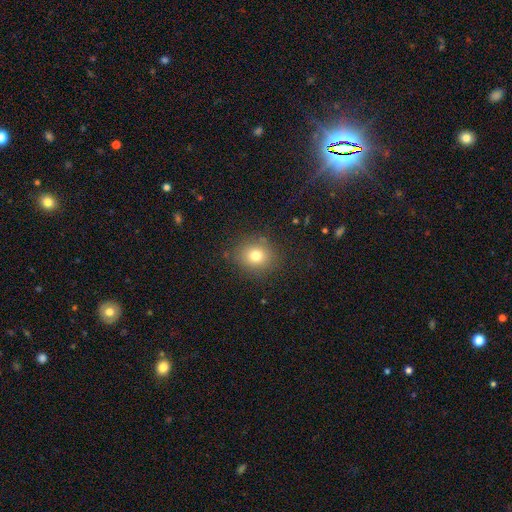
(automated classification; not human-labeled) This appears to be a smooth galaxy with no disk features (76%) that is round (73%). Merging: none (83%).